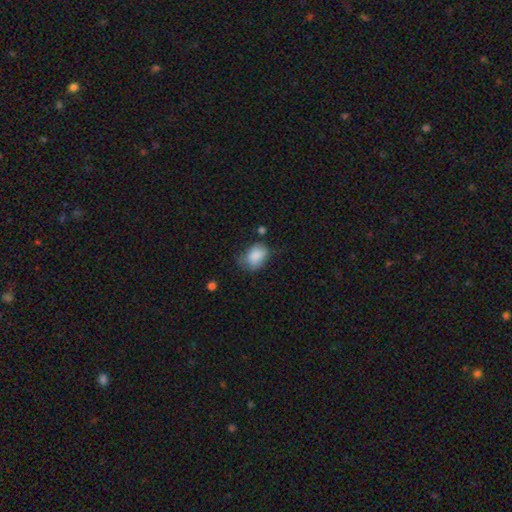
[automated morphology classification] The model was most divided on "merging": none: 49%, minor disturbance: 35%, major disturbance: 12%, merger: 4%. More confident: smooth or featured — smooth (84%); how rounded — in between (73%).